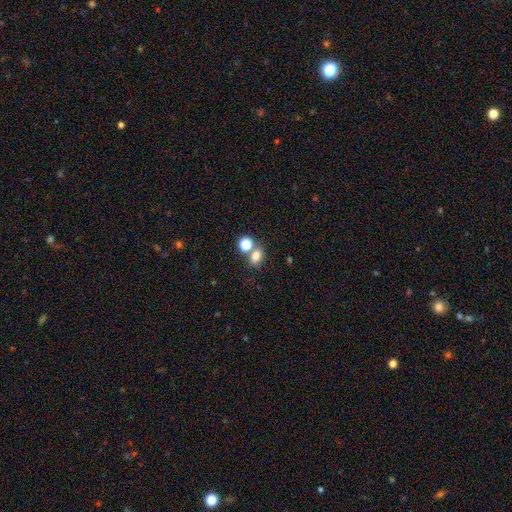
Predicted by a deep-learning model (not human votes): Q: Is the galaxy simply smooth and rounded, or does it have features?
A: smooth — 78%.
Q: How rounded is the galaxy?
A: in between — 62%.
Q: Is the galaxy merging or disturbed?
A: none — 55%.